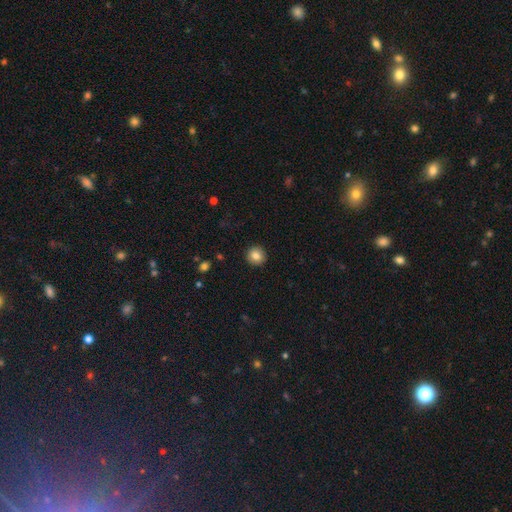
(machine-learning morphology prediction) The model was most divided on "smooth or featured": smooth: 84%, star or artifact: 9%, featured or disk: 7%. More confident: how rounded — round (94%); merging — none (92%).